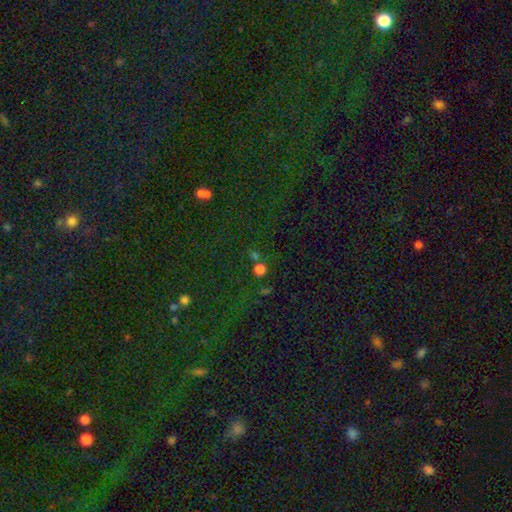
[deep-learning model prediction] A star or artifact, not a galaxy (67%).

Vote fractions:
- Smooth or featured? star or artifact: 67% / smooth: 25% / featured or disk: 8%